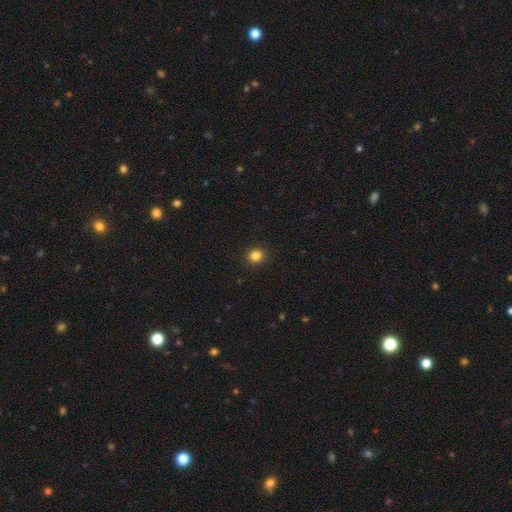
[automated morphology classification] type=smooth (84%); roundness=round (88%); merging=none (92%).